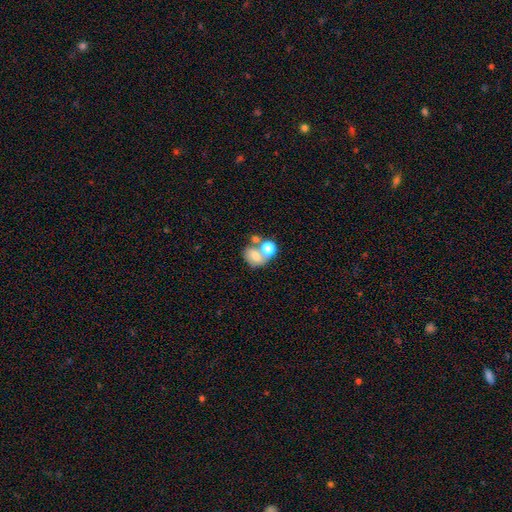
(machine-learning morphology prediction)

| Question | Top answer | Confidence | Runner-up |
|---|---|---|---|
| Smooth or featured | smooth | 65% | featured or disk (22%) |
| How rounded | in between | 55% | round (44%) |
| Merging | merger | 52% | none (31%) |